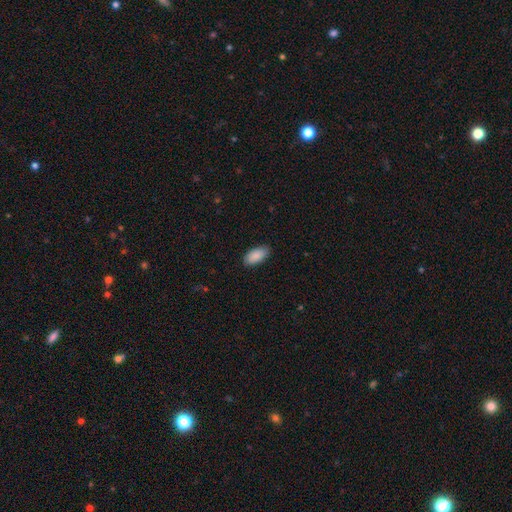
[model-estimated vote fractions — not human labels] smooth-or-featured: smooth: 90% | star or artifact: 6% | featured or disk: 4%
  how-rounded: in between: 93% | cigar-shaped: 5% | round: 2%
  merging: none: 87% | minor disturbance: 10% | major disturbance: 2% | merger: 1%